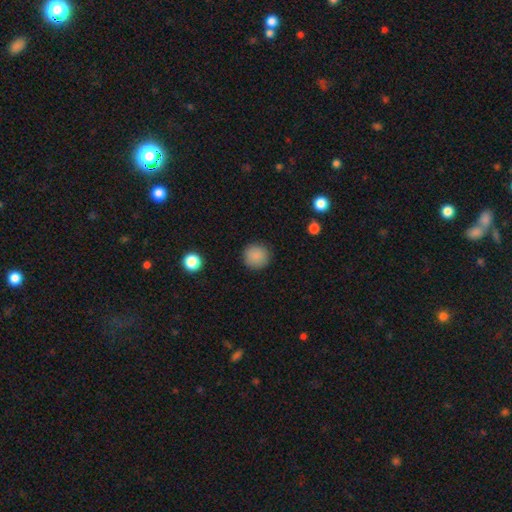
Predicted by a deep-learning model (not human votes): Smooth or featured?
  - smooth: 88% *
  - star or artifact: 9%
  - featured or disk: 4%
How rounded?
  - round: 95% *
  - in between: 4%
  - cigar-shaped: 1%
Merging?
  - none: 90% *
  - minor disturbance: 7%
  - major disturbance: 2%
  - merger: 1%